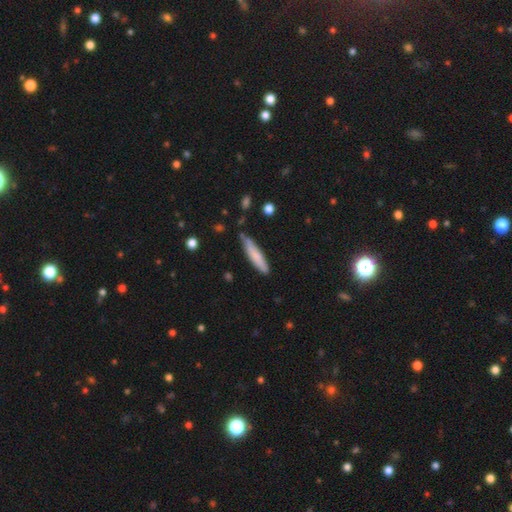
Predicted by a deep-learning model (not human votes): Q: Smooth or featured?
A: smooth (76%); runner-up: featured or disk (18%)
Q: How rounded?
A: cigar-shaped (87%); runner-up: in between (12%)
Q: Merging?
A: none (78%); runner-up: minor disturbance (17%)